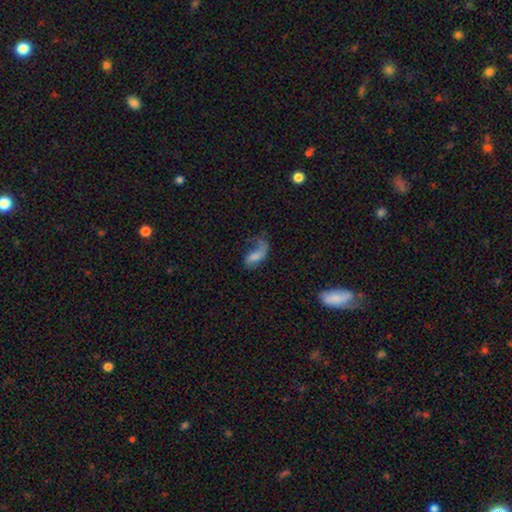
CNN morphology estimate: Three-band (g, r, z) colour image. It shows a smooth galaxy with no disk features (56%) that is in between round and cigar-shaped (86%). Merging: major disturbance (48%).